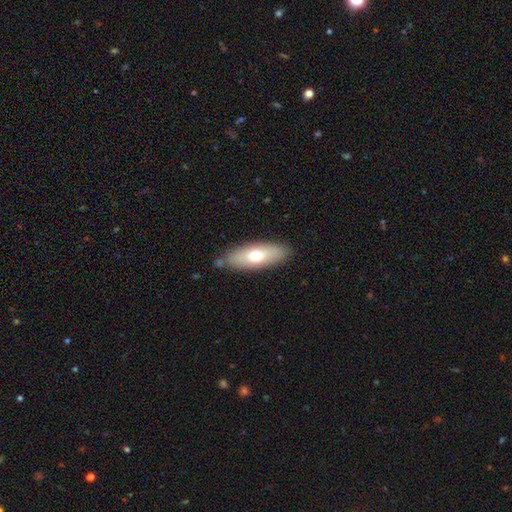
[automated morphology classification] A smooth galaxy with no disk features (65%) that is in between round and cigar-shaped (67%). Merging: none (82%).